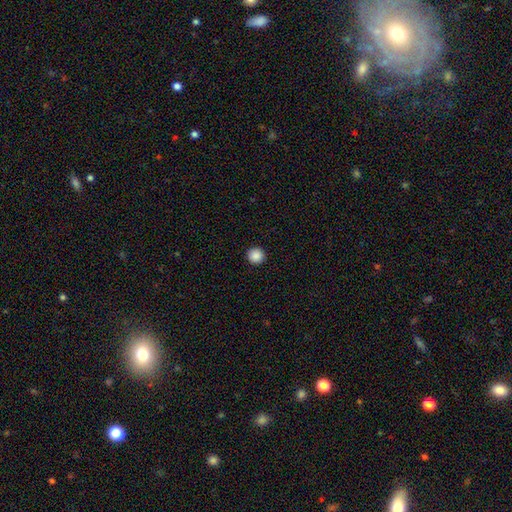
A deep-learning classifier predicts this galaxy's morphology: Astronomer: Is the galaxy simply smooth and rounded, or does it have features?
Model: smooth — 88%.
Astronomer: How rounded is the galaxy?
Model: round — 96%.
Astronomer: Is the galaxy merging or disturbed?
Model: none — 94%.